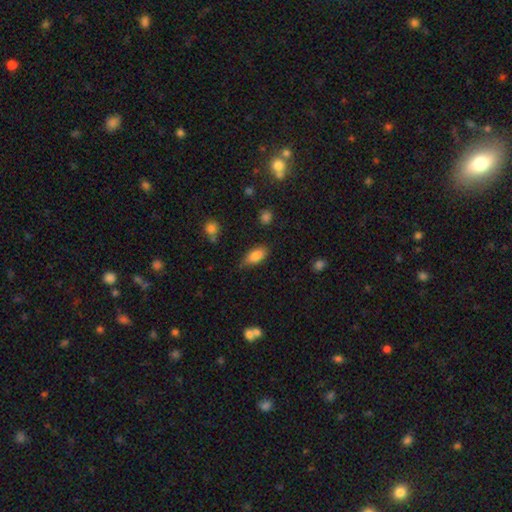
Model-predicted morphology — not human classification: smooth 85%, star or artifact 8%, featured or disk 7%. Down the decision tree: how rounded — in between (90%); merging — none (73%).